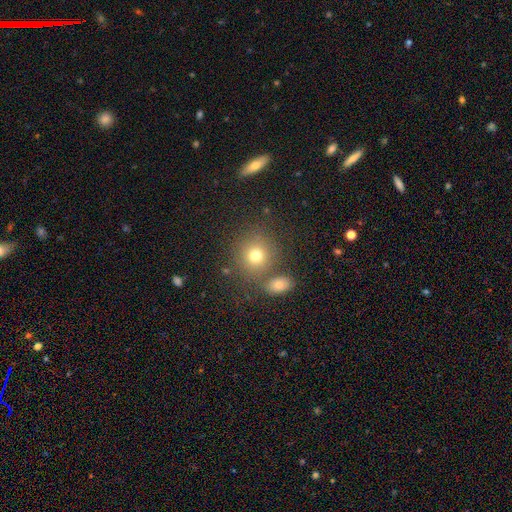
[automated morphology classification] Q: Smooth or featured?
A: smooth (73%); runner-up: star or artifact (15%)
Q: How rounded?
A: round (87%); runner-up: in between (12%)
Q: Merging?
A: none (72%); runner-up: merger (14%)